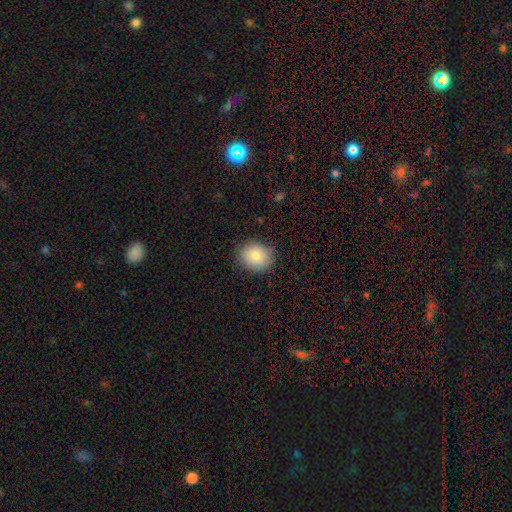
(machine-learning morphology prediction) type=smooth (85%); roundness=round (72%); merging=none (84%).